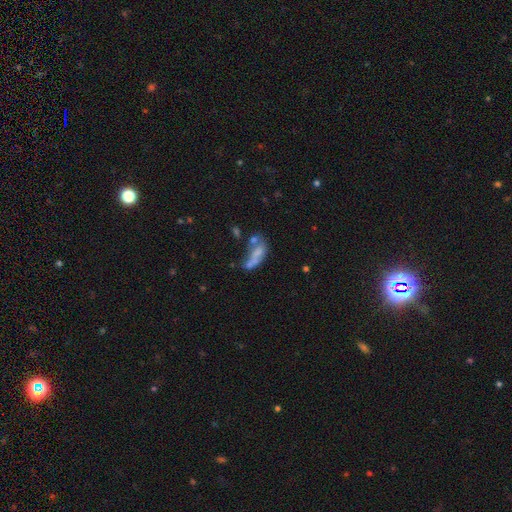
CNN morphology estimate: type=smooth (50%); roundness=in between (70%); merging=merger (38%).